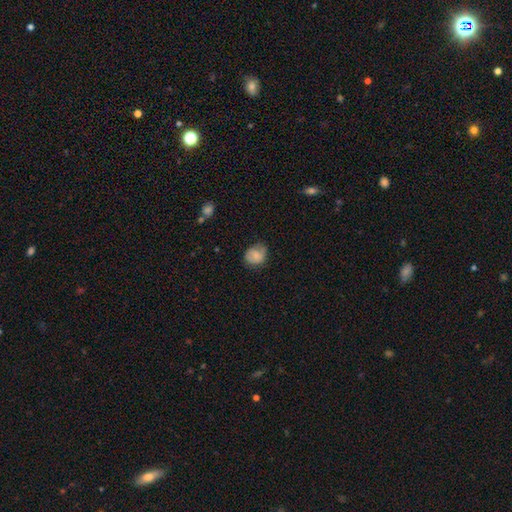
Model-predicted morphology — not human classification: smooth-or-featured: smooth: 72% | featured or disk: 20% | star or artifact: 8%
  how-rounded: round: 58% | in between: 41% | cigar-shaped: 1%
  merging: none: 61% | minor disturbance: 30% | major disturbance: 8% | merger: 1%